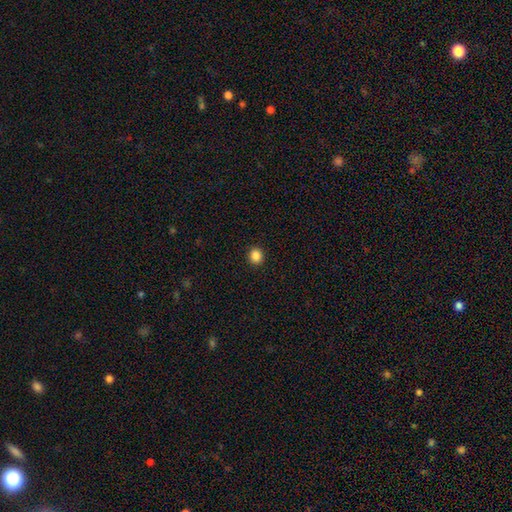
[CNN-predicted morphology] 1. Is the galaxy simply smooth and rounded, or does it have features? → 87% smooth, 10% star or artifact, 3% featured or disk.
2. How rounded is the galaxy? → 82% round, 18% in between, 1% cigar-shaped.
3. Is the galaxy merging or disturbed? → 92% none, 5% minor disturbance, 2% major disturbance, 1% merger.